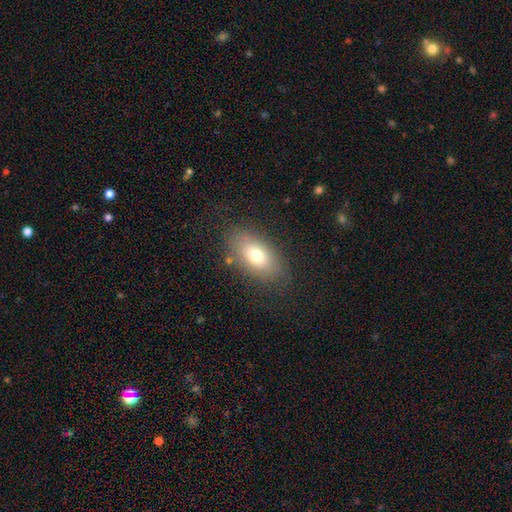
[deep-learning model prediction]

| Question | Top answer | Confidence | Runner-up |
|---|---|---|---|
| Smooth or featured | smooth | 72% | featured or disk (17%) |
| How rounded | in between | 88% | round (9%) |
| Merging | none | 80% | minor disturbance (13%) |